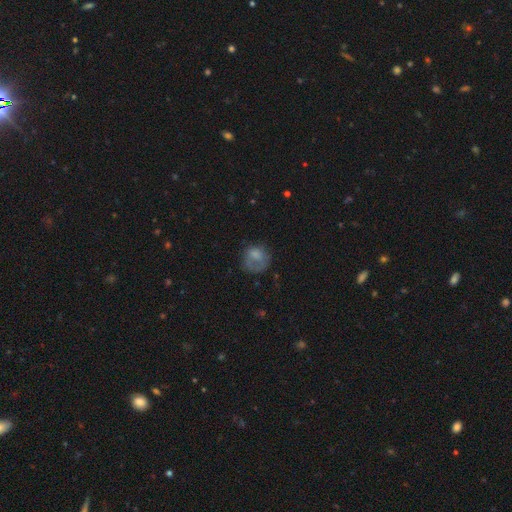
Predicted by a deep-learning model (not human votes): smooth-or-featured: smooth: 67% | featured or disk: 23% | star or artifact: 10%
  how-rounded: round: 72% | in between: 27% | cigar-shaped: 1%
  merging: none: 42% | major disturbance: 32% | minor disturbance: 24% | merger: 3%